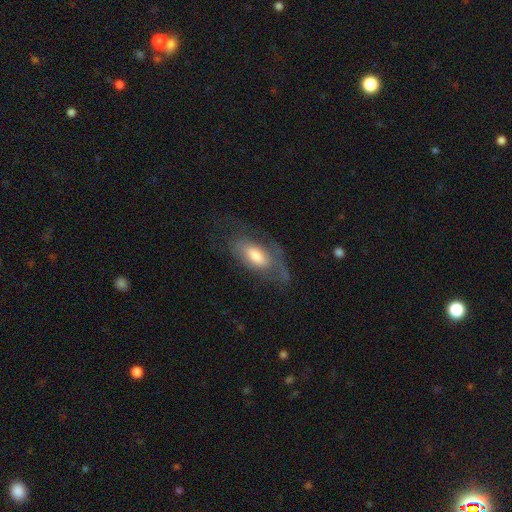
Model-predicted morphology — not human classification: A featured or disk galaxy (48%).

Vote fractions:
- Smooth or featured? featured or disk: 48% / smooth: 45% / star or artifact: 7%
- Merging? none: 47% / major disturbance: 26% / minor disturbance: 25% / merger: 2%